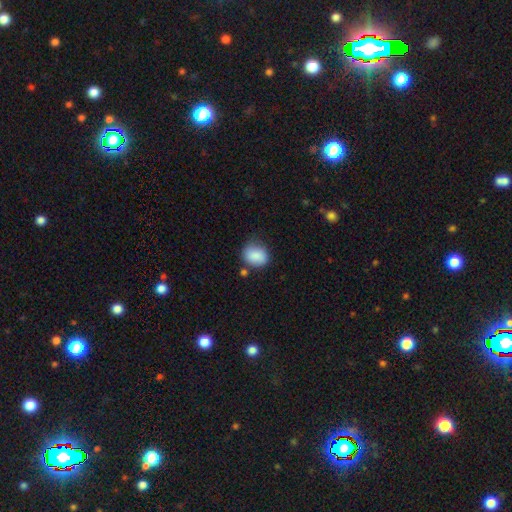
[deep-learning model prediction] Smooth or featured? Predicted: smooth (p=0.87). How rounded? Predicted: round (p=0.58). Merging? Predicted: none (p=0.63).